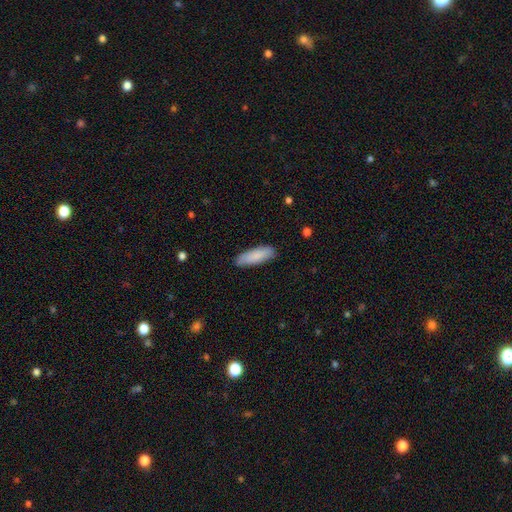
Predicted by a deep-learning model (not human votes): smooth_or_featured: smooth (p=0.86) [alt: featured or disk p=0.08]
how_rounded: in between (p=0.54) [alt: cigar-shaped p=0.45]
merging: none (p=0.86) [alt: minor disturbance p=0.11]